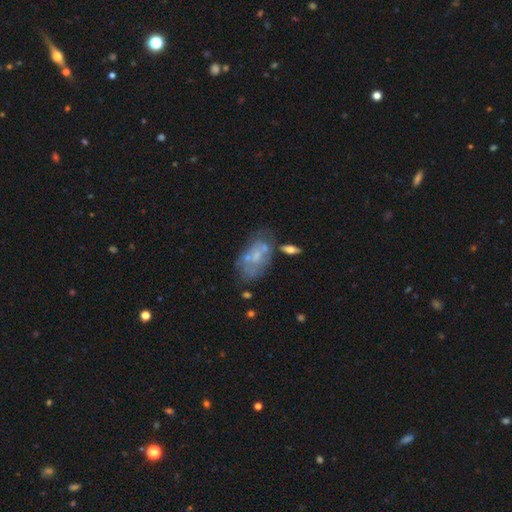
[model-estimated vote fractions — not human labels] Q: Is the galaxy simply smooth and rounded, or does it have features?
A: featured or disk — 54%.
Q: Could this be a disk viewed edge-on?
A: no — 95%.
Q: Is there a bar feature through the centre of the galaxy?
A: no — 84%.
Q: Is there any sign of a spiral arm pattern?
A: no — 78%.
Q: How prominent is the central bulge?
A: small — 42%.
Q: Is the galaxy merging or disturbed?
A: none — 39%.